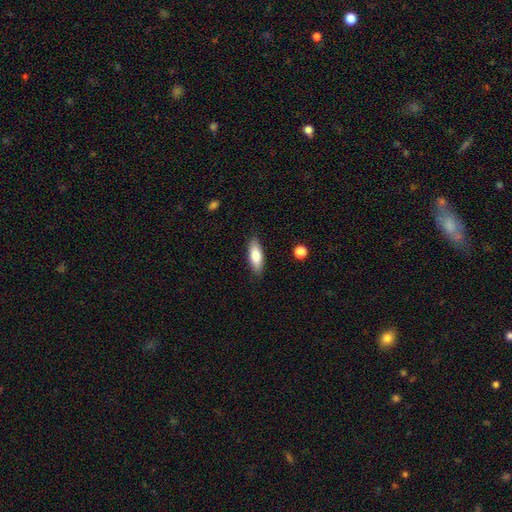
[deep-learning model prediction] A smooth galaxy with no disk features (78%) that is in between round and cigar-shaped (67%).

Vote fractions:
- Smooth or featured? smooth: 78% / featured or disk: 16% / star or artifact: 6%
- How rounded? in between: 67% / cigar-shaped: 31% / round: 2%
- Merging? none: 87% / minor disturbance: 10% / major disturbance: 2% / merger: 1%